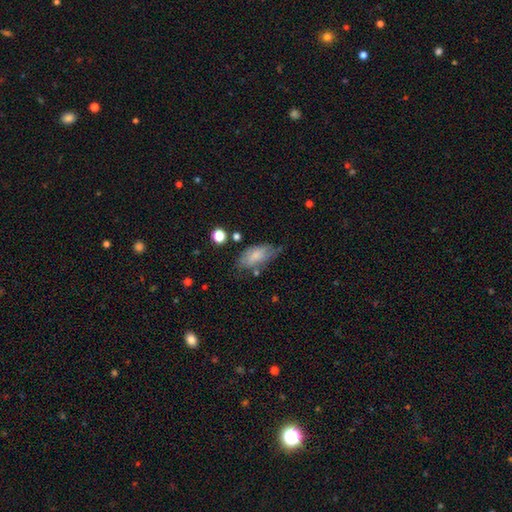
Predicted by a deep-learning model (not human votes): This appears to be a smooth galaxy with no disk features (67%) that is in between round and cigar-shaped (87%). Merging: none (51%).